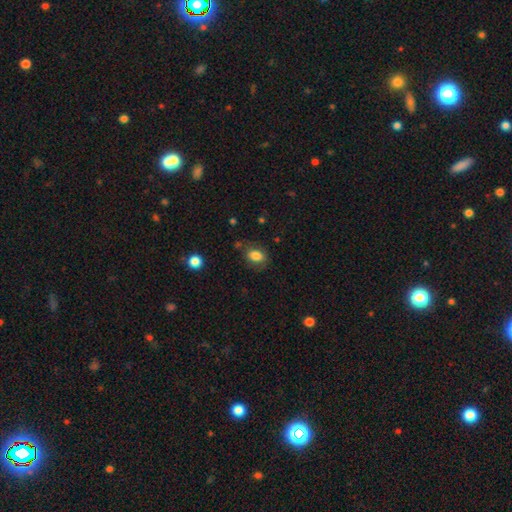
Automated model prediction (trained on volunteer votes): Smooth or featured? Predicted: smooth (p=0.82). How rounded? Predicted: in between (p=0.78). Merging? Predicted: none (p=0.75).